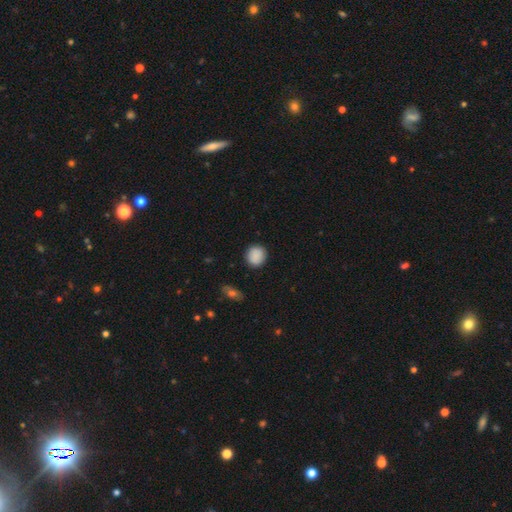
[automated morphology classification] A smooth galaxy with no disk features (89%) that is round (86%).

Vote fractions:
- Smooth or featured? smooth: 89% / star or artifact: 8% / featured or disk: 3%
- How rounded? round: 86% / in between: 13% / cigar-shaped: 1%
- Merging? none: 89% / minor disturbance: 8% / major disturbance: 2% / merger: 1%